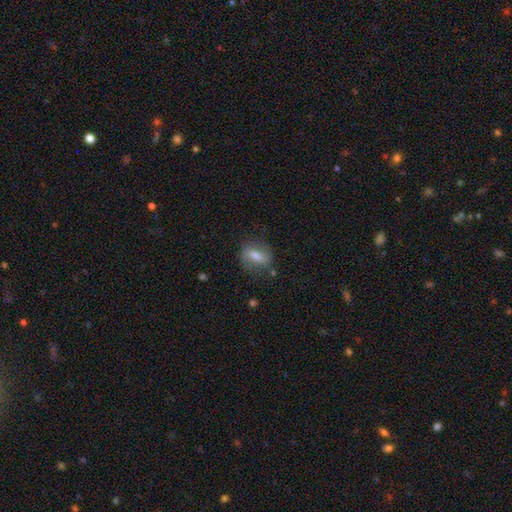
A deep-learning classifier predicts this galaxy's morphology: Smooth or featured?
  - smooth: 63% *
  - featured or disk: 28%
  - star or artifact: 8%
How rounded?
  - in between: 67% *
  - round: 22%
  - cigar-shaped: 12%
Merging?
  - none: 72% *
  - minor disturbance: 18%
  - major disturbance: 6%
  - merger: 3%